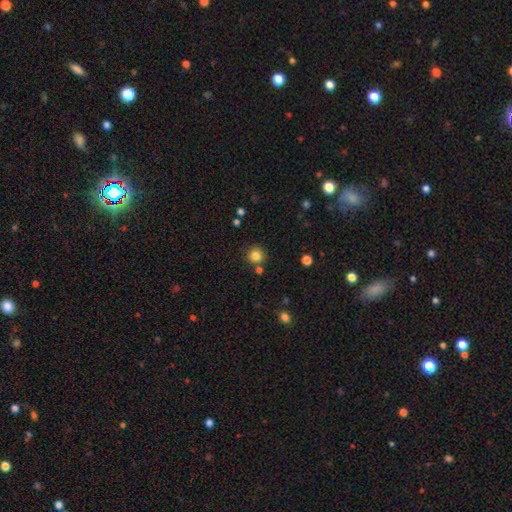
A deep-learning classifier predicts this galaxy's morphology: smooth 83%, star or artifact 12%, featured or disk 5%. Down the decision tree: how rounded — round (93%); merging — none (81%).